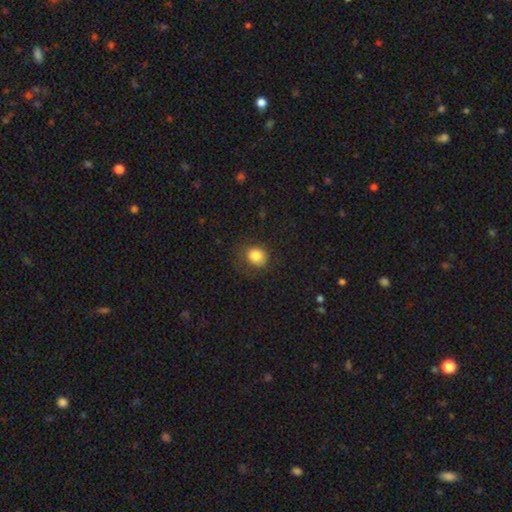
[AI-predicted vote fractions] smooth_or_featured: smooth (p=0.83) [alt: star or artifact p=0.10]
how_rounded: round (p=0.70) [alt: in between p=0.29]
merging: none (p=0.70) [alt: minor disturbance p=0.19]